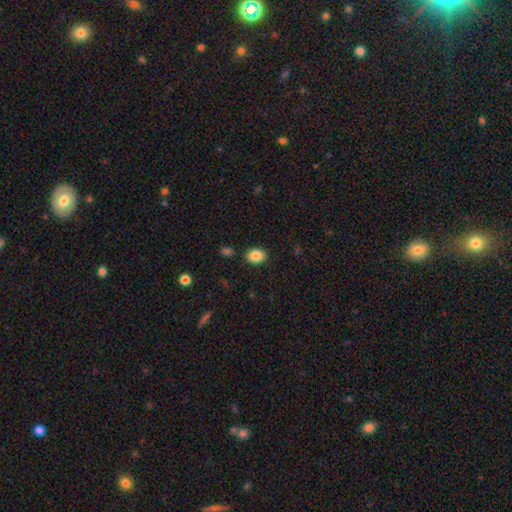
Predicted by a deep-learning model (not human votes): This appears to be a smooth galaxy with no disk features (87%) that is in between round and cigar-shaped (64%). Merging: none (86%).